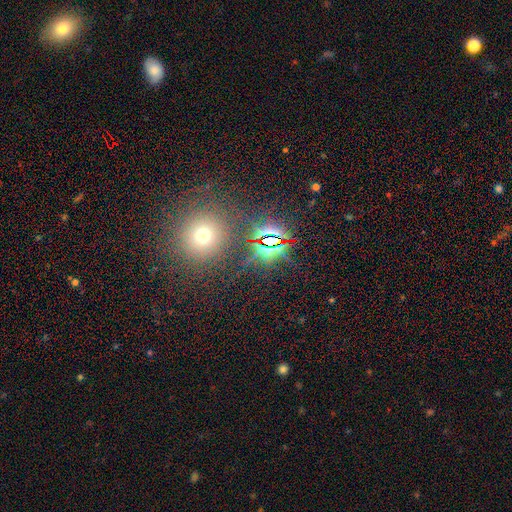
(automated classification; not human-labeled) Smooth or featured? Predicted: star or artifact (p=0.63).